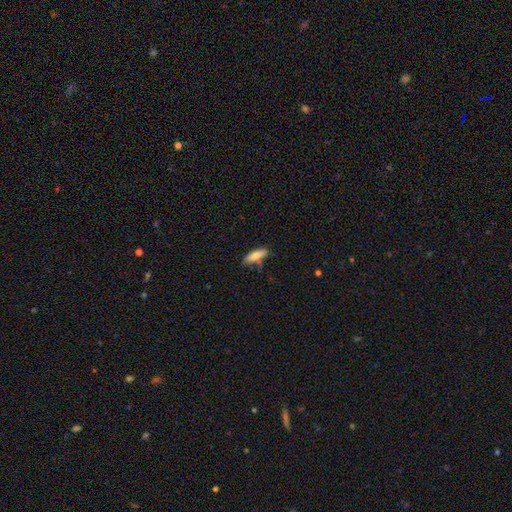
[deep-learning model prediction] smooth-or-featured: smooth: 76% | featured or disk: 18% | star or artifact: 6%
  how-rounded: in between: 55% | cigar-shaped: 43% | round: 2%
  merging: none: 74% | minor disturbance: 18% | merger: 5% | major disturbance: 3%